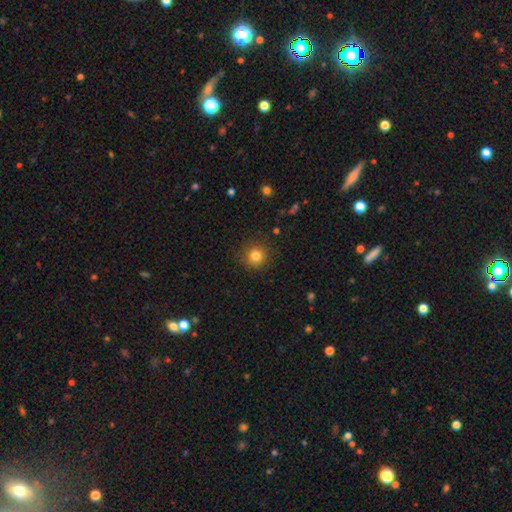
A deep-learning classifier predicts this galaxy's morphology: smooth_or_featured: smooth (p=0.81) [alt: star or artifact p=0.13]
how_rounded: round (p=0.93) [alt: in between p=0.07]
merging: none (p=0.89) [alt: minor disturbance p=0.07]